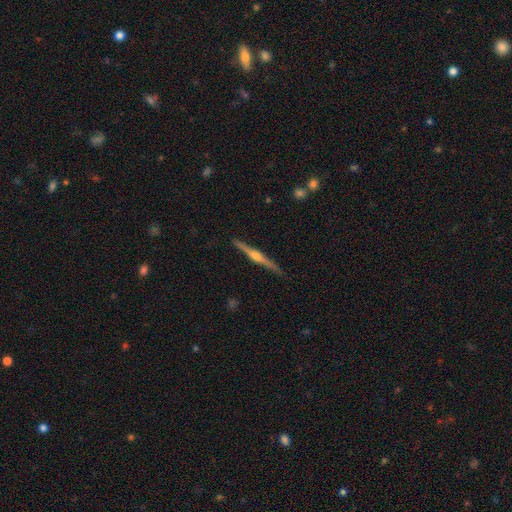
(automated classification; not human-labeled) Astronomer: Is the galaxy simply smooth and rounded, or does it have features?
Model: featured or disk — 82%.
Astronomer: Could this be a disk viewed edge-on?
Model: yes — 99%.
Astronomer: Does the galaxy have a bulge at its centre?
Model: rounded — 92%.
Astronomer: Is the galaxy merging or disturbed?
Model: none — 92%.